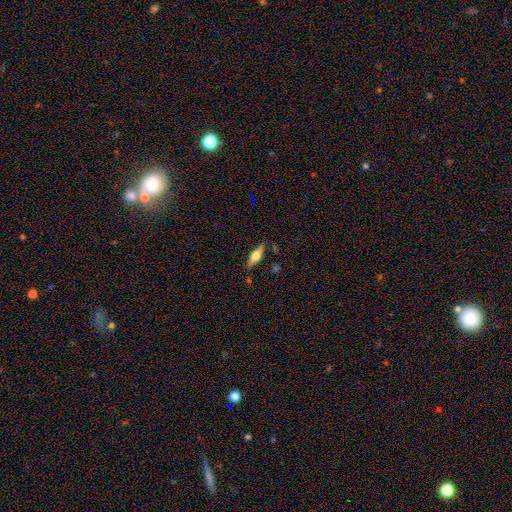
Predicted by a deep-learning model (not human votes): Morphology: type=featured or disk (58%); edge-on=yes (94%); edge-on bulge=rounded (90%); merging=none (83%).